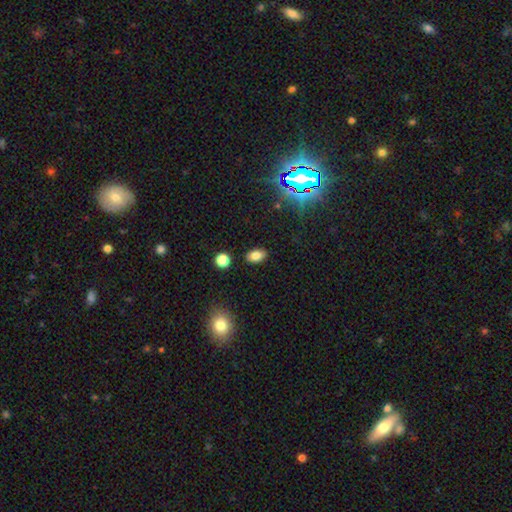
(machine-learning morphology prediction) type=smooth (80%); roundness=in between (90%); merging=none (87%).